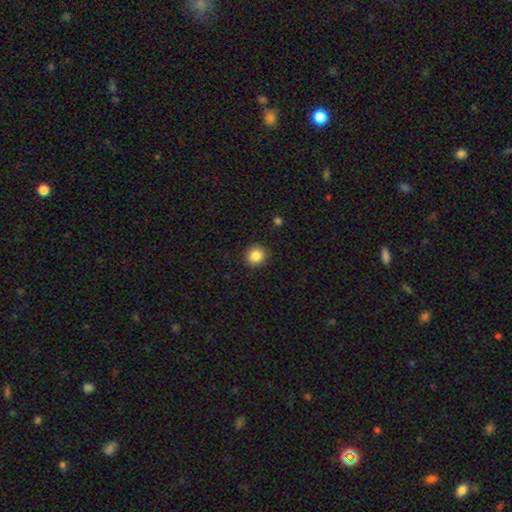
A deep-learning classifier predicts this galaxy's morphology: A smooth galaxy with no disk features (86%) that is round (88%).

Vote fractions:
- Smooth or featured? smooth: 86% / star or artifact: 10% / featured or disk: 4%
- How rounded? round: 88% / in between: 11% / cigar-shaped: 1%
- Merging? none: 90% / minor disturbance: 7% / major disturbance: 2% / merger: 1%